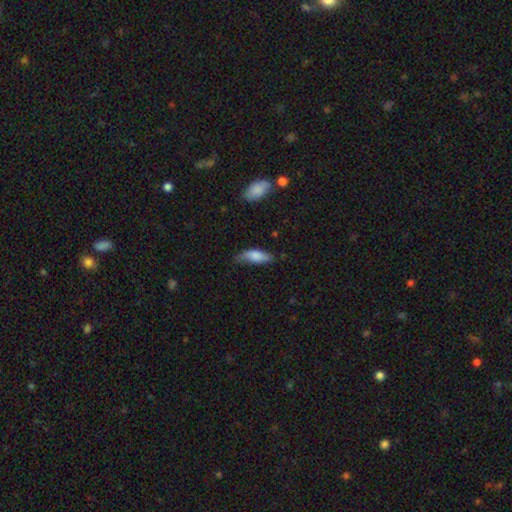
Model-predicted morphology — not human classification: Overall: smooth (77%). How rounded: in between (69%). Merging: none (55%; minor disturbance 35%).